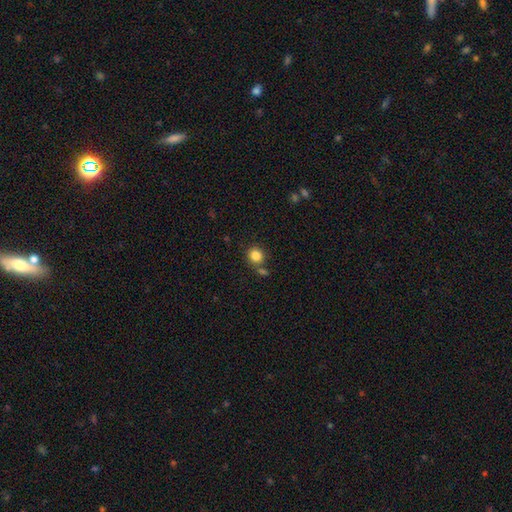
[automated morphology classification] Overall: smooth (84%). How rounded: round (87%). Merging: none (73%).